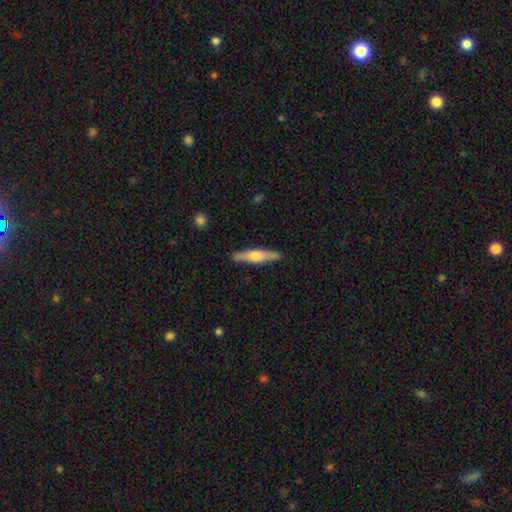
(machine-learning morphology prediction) This appears to be a featured or disk galaxy (51%) viewed edge-on (93%). Merging: none (88%).